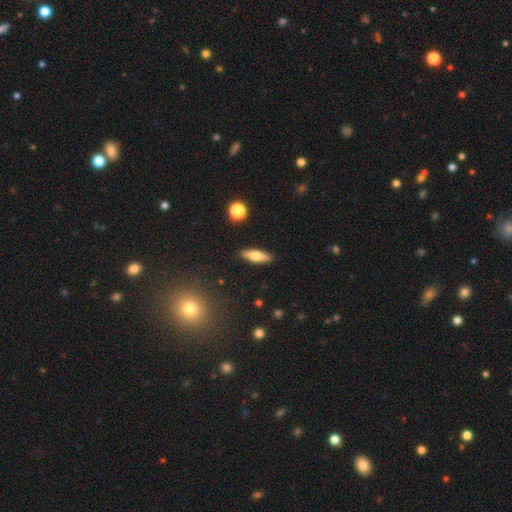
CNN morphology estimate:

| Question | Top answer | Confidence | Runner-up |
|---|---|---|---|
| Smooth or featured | smooth | 66% | featured or disk (27%) |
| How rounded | cigar-shaped | 54% | in between (43%) |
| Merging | none | 89% | minor disturbance (8%) |